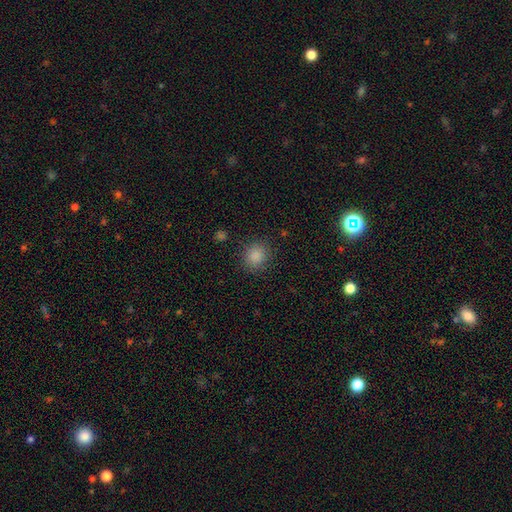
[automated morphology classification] Smooth or featured? Predicted: smooth (p=0.86). How rounded? Predicted: round (p=0.81). Merging? Predicted: none (p=0.86).